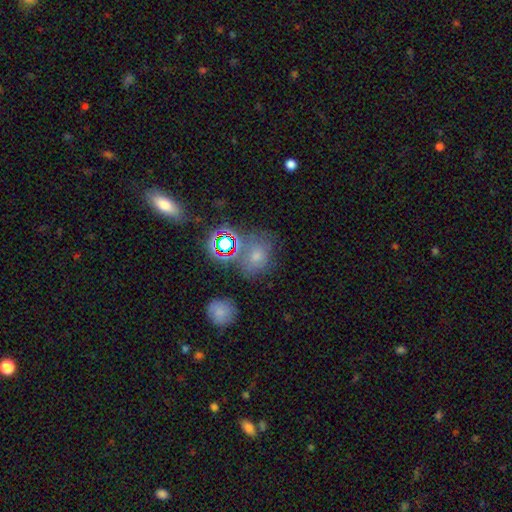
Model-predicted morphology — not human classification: Smooth or featured: smooth — 57% (star or artifact — 30%)
How rounded: round — 69% (in between — 29%)
Merging: none — 61% (minor disturbance — 17%)